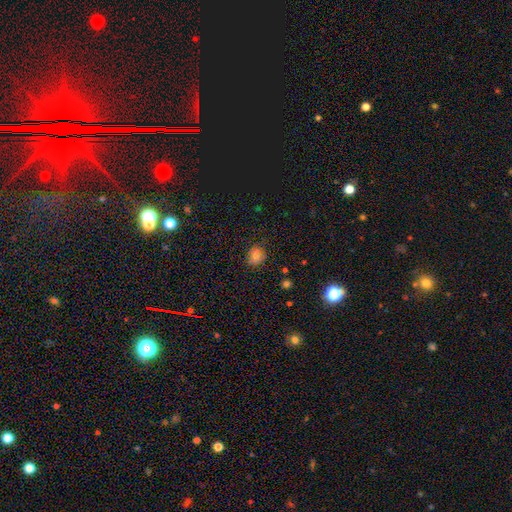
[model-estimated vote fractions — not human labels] The model was most divided on "how rounded": round: 69%, in between: 30%, cigar-shaped: 1%. More confident: merging — none (79%); smooth or featured — smooth (74%).